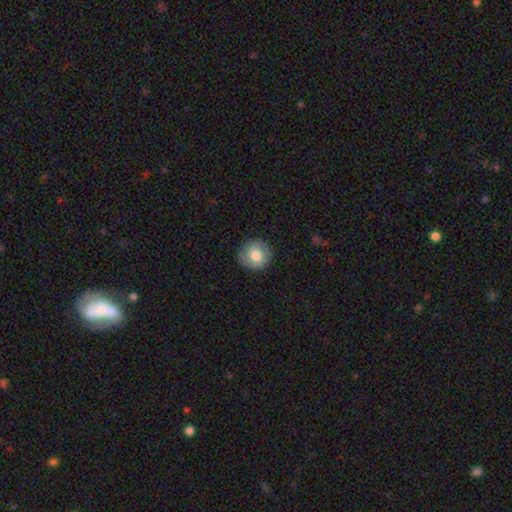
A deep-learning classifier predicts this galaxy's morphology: smooth-or-featured: smooth: 74% | featured or disk: 18% | star or artifact: 8%
  how-rounded: round: 91% | in between: 8% | cigar-shaped: 1%
  merging: none: 86% | minor disturbance: 10% | major disturbance: 3% | merger: 1%